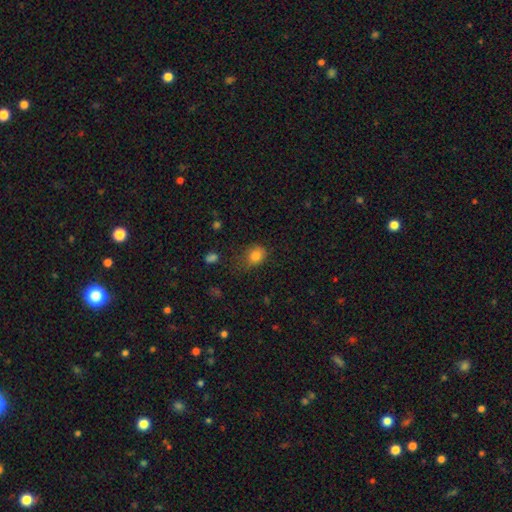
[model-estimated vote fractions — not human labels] Smooth or featured? Predicted: smooth (p=0.81). How rounded? Predicted: round (p=0.58). Merging? Predicted: none (p=0.59).